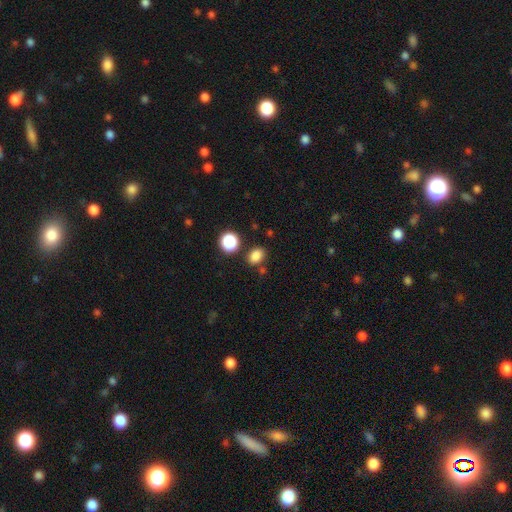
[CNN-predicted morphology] smooth-or-featured: smooth: 83% | star or artifact: 13% | featured or disk: 4%
  how-rounded: in between: 64% | round: 35% | cigar-shaped: 1%
  merging: none: 78% | minor disturbance: 11% | merger: 8% | major disturbance: 3%